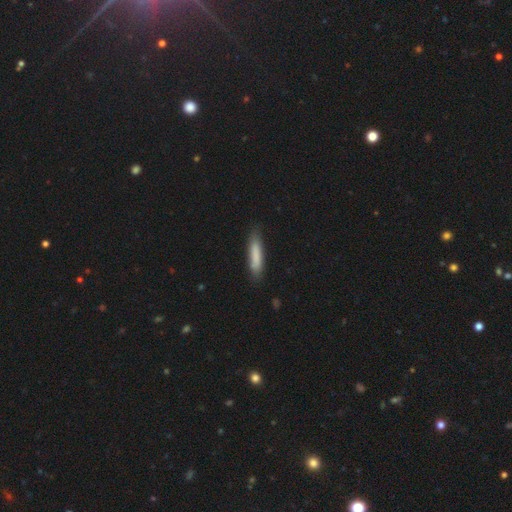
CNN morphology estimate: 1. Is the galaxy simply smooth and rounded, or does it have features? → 83% smooth, 11% featured or disk, 6% star or artifact.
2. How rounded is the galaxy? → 82% cigar-shaped, 16% in between, 1% round.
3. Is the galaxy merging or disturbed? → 82% none, 14% minor disturbance, 3% major disturbance, 1% merger.